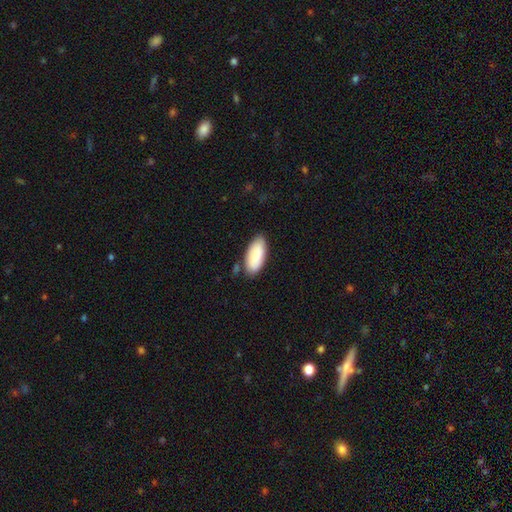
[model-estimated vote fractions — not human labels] This is clearly a smooth galaxy (86%). How rounded: clearly in between (89%). Merging: likely none (79%).